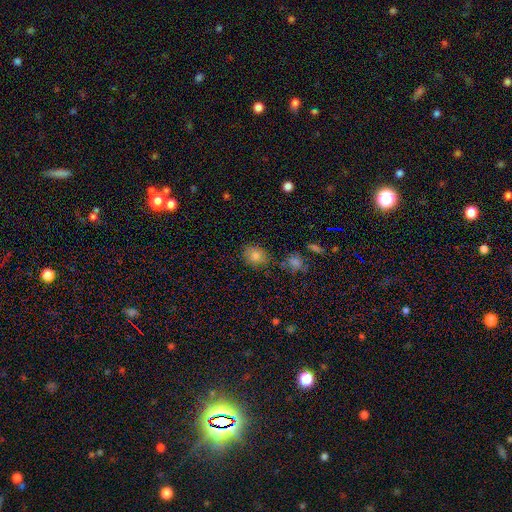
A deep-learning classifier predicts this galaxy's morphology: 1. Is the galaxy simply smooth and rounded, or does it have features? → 79% smooth, 13% star or artifact, 8% featured or disk.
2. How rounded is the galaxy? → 62% round, 37% in between, 1% cigar-shaped.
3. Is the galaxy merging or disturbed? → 82% none, 12% minor disturbance, 3% merger, 3% major disturbance.